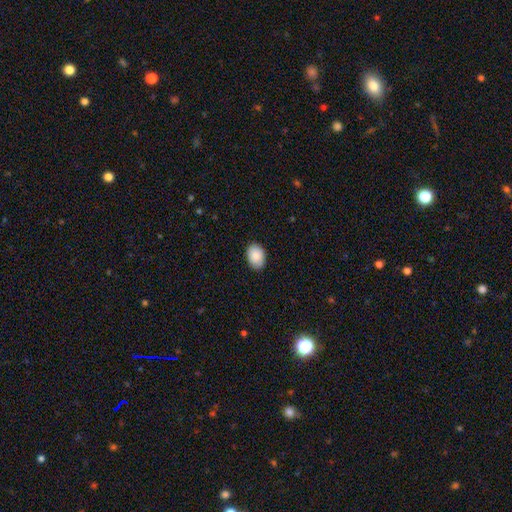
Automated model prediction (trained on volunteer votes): A smooth galaxy with no disk features (88%) that is in between round and cigar-shaped (81%).

Vote fractions:
- Smooth or featured? smooth: 88% / star or artifact: 7% / featured or disk: 5%
- How rounded? in between: 81% / round: 18% / cigar-shaped: 1%
- Merging? none: 85% / minor disturbance: 12% / major disturbance: 2% / merger: 1%